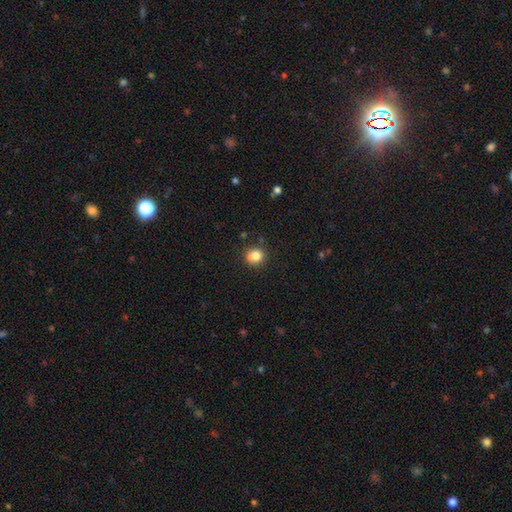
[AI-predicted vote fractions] smooth 81%, star or artifact 11%, featured or disk 7%. Down the decision tree: how rounded — round (88%); merging — none (75%).